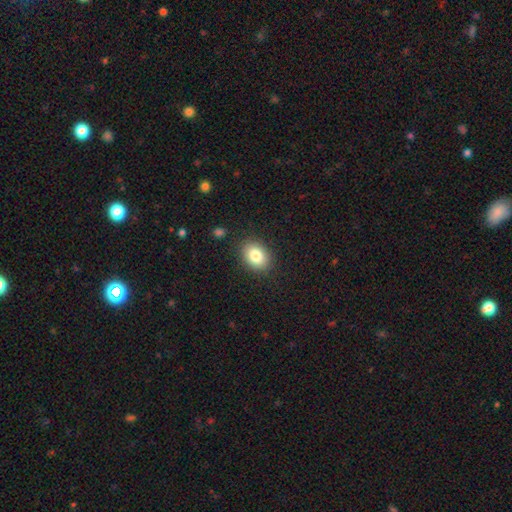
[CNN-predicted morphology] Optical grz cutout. It shows a smooth galaxy with no disk features (83%) that is in between round and cigar-shaped (71%). Merging: none (87%).